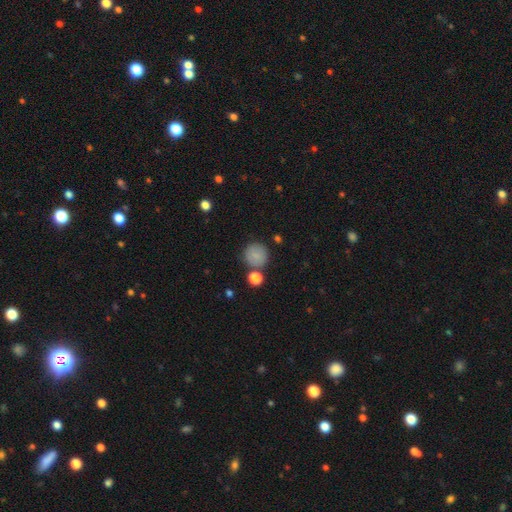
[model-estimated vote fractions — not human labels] smooth 81%, star or artifact 10%, featured or disk 9%. Down the decision tree: how rounded — round (92%); merging — none (77%).